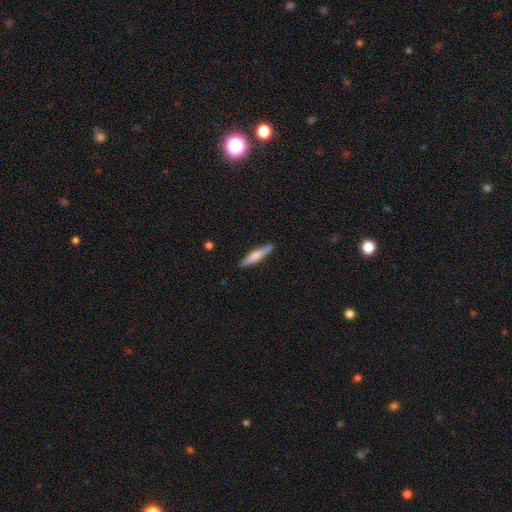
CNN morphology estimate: smooth 66%, featured or disk 29%, star or artifact 5%. Down the decision tree: how rounded — cigar-shaped (89%); merging — none (89%).